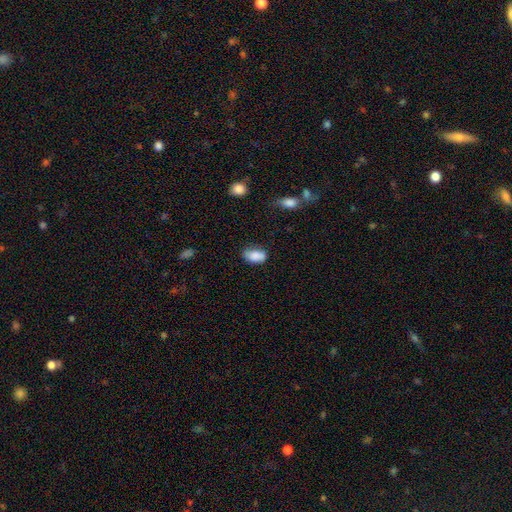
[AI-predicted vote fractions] Smooth or featured? Predicted: smooth (p=0.84). How rounded? Predicted: in between (p=0.90). Merging? Predicted: none (p=0.67).